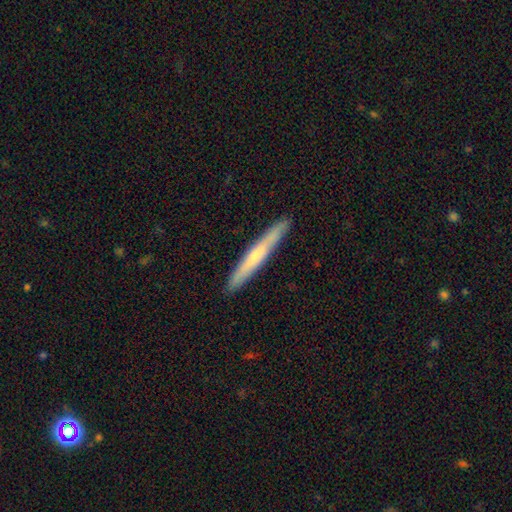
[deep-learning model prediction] Overall: smooth (47%; featured or disk 46%). Merging: none (92%).